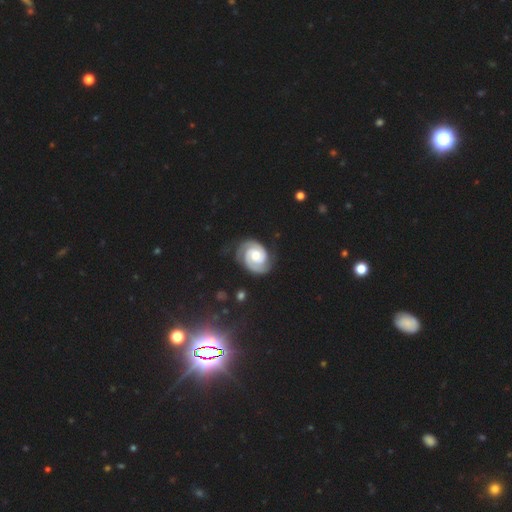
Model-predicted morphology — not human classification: Smooth or featured? Predicted: featured or disk (p=0.90). Edge-on disk? Predicted: no (p=0.98). Bar? Predicted: no (p=0.63). Spiral arms? Predicted: yes (p=0.98). Spiral winding? Predicted: tight (p=0.72). Spiral arm count? Predicted: 2 (p=0.89). Bulge size? Predicted: moderate (p=0.66). Merging? Predicted: none (p=0.78).